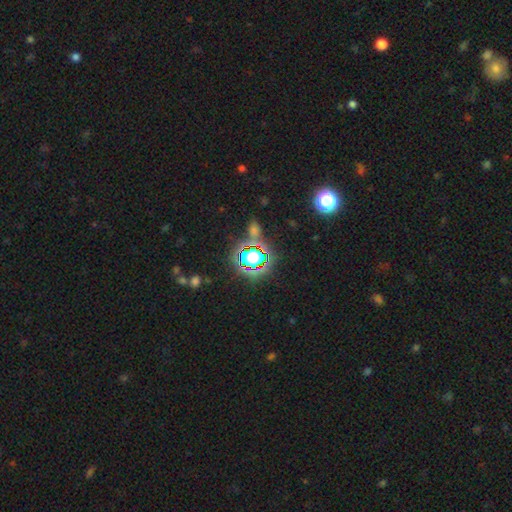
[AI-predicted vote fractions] Smooth or featured? Predicted: star or artifact (p=0.74).